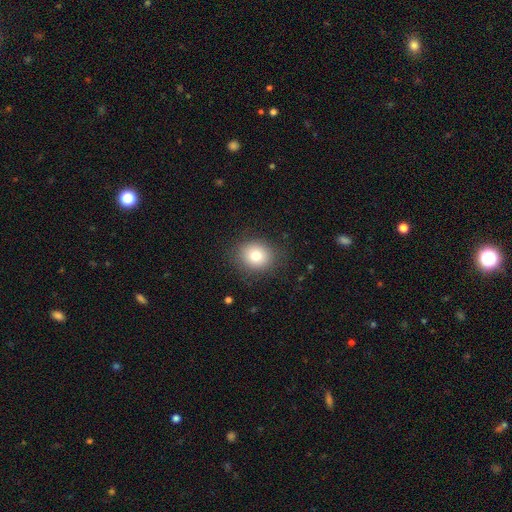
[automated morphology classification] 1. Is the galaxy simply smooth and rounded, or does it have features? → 77% smooth, 12% star or artifact, 11% featured or disk.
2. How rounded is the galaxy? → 76% round, 24% in between, 1% cigar-shaped.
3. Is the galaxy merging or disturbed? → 86% none, 9% minor disturbance, 4% major disturbance, 1% merger.